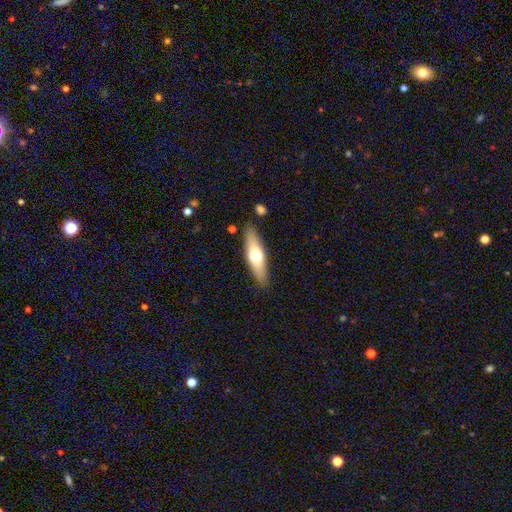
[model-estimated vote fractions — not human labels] Smooth or featured?
  - smooth: 53% *
  - featured or disk: 41%
  - star or artifact: 5%
How rounded?
  - cigar-shaped: 62% *
  - in between: 36%
  - round: 2%
Merging?
  - none: 86% *
  - minor disturbance: 9%
  - merger: 2%
  - major disturbance: 2%